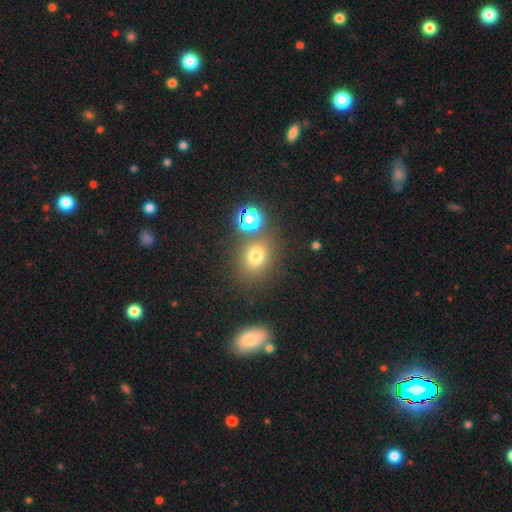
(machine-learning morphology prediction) A smooth galaxy with no disk features (71%) that is round (66%).

Vote fractions:
- Smooth or featured? smooth: 71% / star or artifact: 20% / featured or disk: 9%
- How rounded? round: 66% / in between: 33% / cigar-shaped: 1%
- Merging? none: 71% / merger: 13% / minor disturbance: 11% / major disturbance: 5%